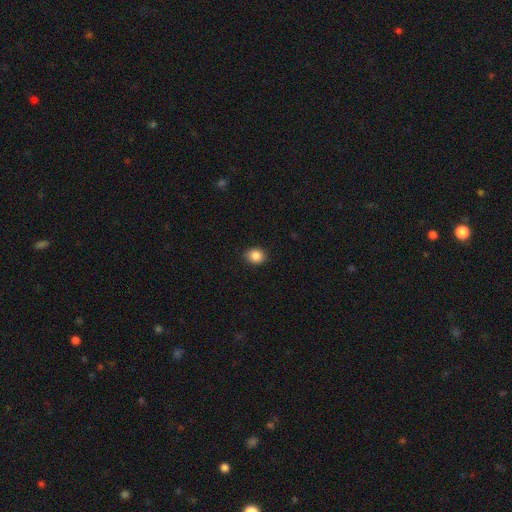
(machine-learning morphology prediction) A smooth galaxy with no disk features (87%) that is round (62%).

Vote fractions:
- Smooth or featured? smooth: 87% / star or artifact: 9% / featured or disk: 4%
- How rounded? round: 62% / in between: 37% / cigar-shaped: 1%
- Merging? none: 89% / minor disturbance: 8% / major disturbance: 2% / merger: 1%